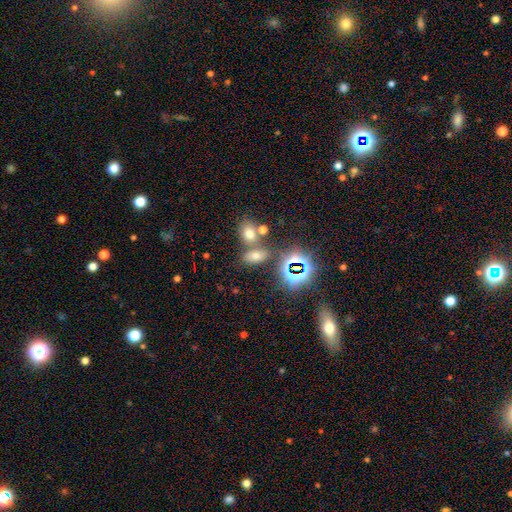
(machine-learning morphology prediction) This is possibly a smooth galaxy (55%). How rounded: likely in between (80%). Merging: likely none (61%).